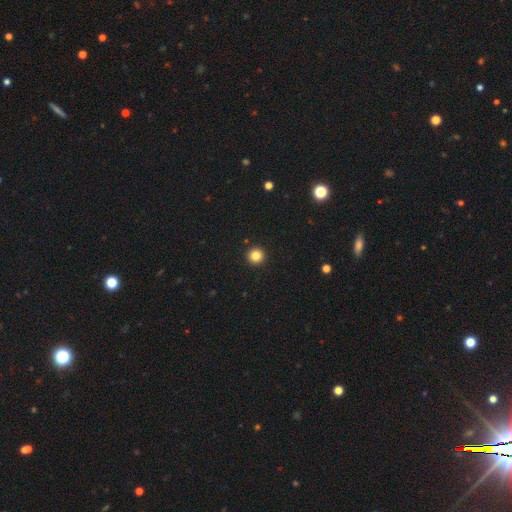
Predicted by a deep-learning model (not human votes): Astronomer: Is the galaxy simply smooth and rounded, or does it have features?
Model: smooth — 83%.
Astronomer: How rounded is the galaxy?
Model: round — 96%.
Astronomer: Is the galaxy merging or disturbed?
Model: none — 94%.